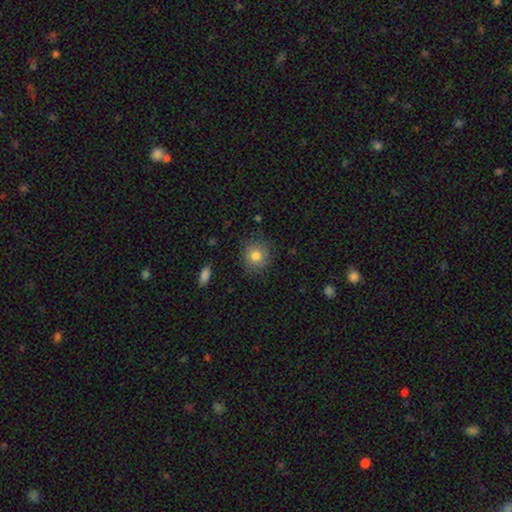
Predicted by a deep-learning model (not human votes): This appears to be a smooth galaxy with no disk features (80%) that is round (90%). Merging: none (84%).